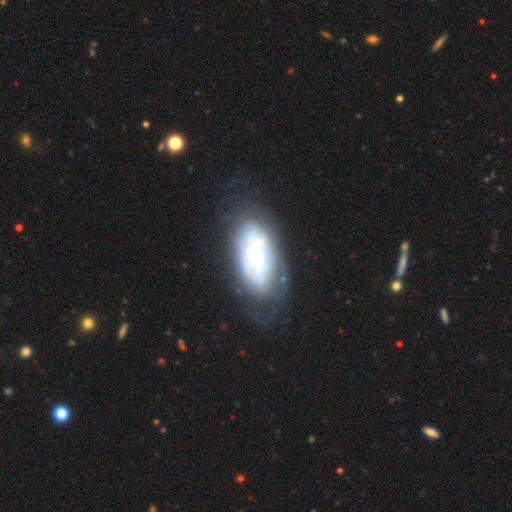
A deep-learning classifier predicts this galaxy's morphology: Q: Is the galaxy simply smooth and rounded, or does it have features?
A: featured or disk — 64%.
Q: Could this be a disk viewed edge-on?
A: no — 92%.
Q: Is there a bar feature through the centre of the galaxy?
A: no — 73%.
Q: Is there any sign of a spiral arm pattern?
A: yes — 61%.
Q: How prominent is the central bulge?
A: moderate — 47%.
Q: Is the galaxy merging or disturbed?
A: none — 58%.